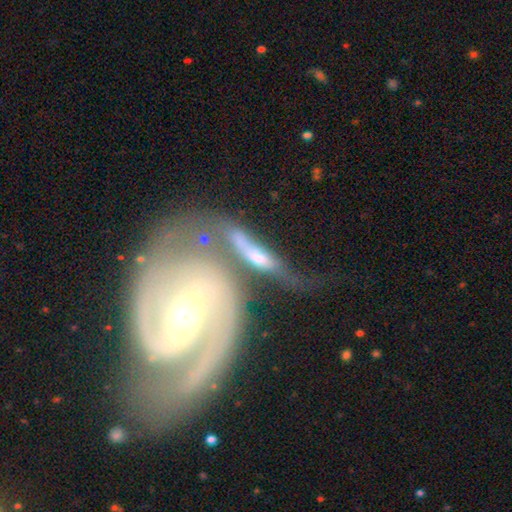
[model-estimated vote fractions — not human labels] smooth-or-featured: featured or disk: 51% | smooth: 40% | star or artifact: 9%
  disk-edge-on: no: 54% | yes: 46%
  merging: merger: 34% | none: 28% | major disturbance: 20% | minor disturbance: 18%